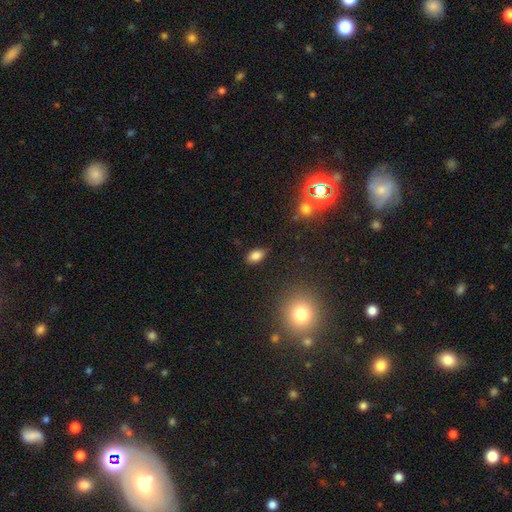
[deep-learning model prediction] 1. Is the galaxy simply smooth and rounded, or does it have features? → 83% smooth, 11% star or artifact, 6% featured or disk.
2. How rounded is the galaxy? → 90% in between, 7% round, 3% cigar-shaped.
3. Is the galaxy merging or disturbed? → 84% none, 12% minor disturbance, 3% major disturbance, 2% merger.